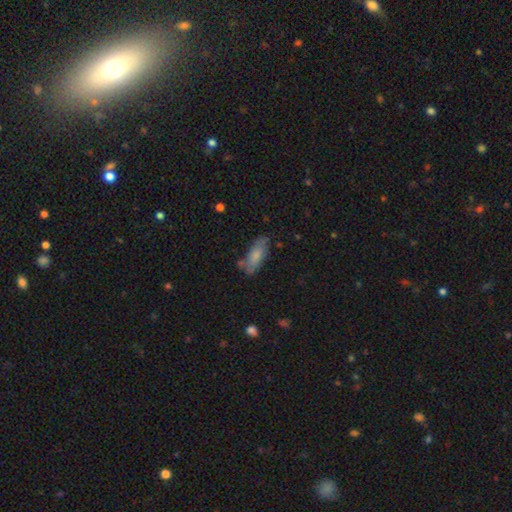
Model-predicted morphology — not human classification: type=smooth (73%); roundness=in between (76%); merging=none (65%).